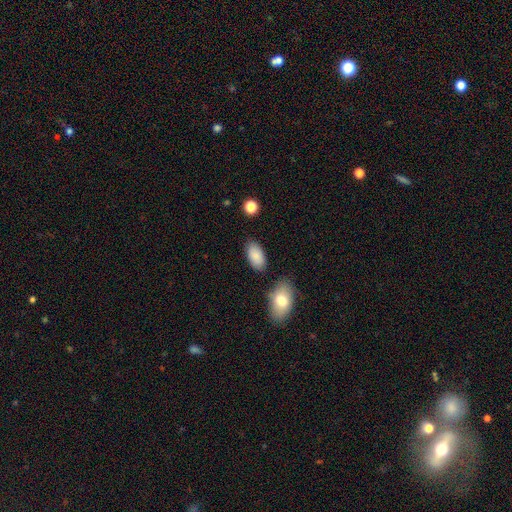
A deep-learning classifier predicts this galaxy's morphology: Overall: smooth (87%). How rounded: in between (95%). Merging: none (80%).